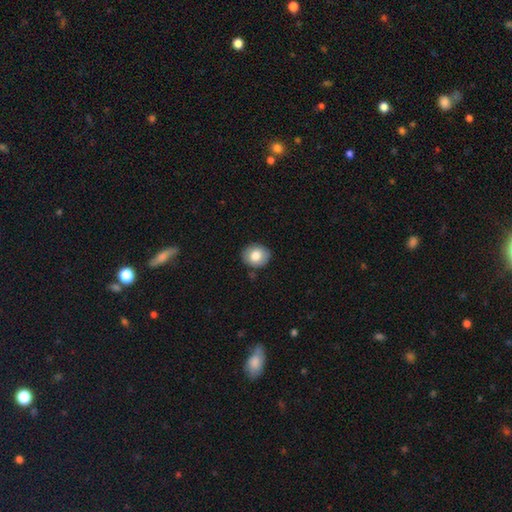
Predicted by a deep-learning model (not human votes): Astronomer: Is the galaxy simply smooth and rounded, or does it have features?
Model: smooth — 79%.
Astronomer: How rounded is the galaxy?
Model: round — 68%.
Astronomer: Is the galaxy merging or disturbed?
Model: none — 86%.